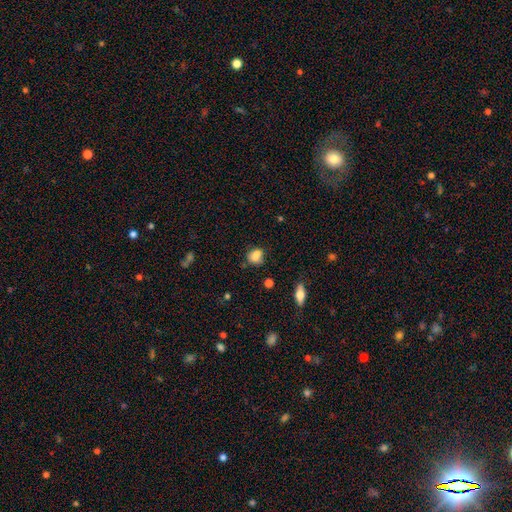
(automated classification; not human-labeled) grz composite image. It shows a smooth galaxy with no disk features (75%) that is round (56%). Merging: none (44%).